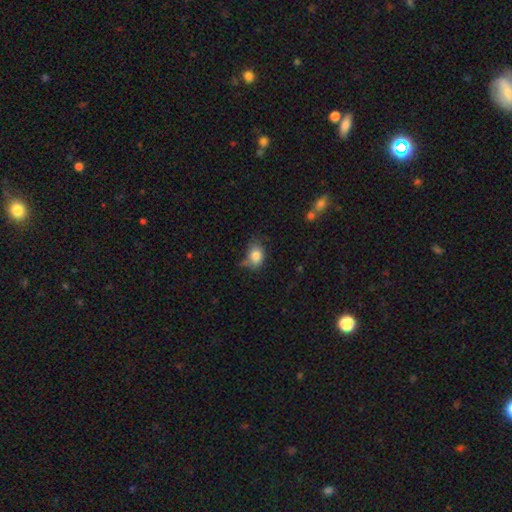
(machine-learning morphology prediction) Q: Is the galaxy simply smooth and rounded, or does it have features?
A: smooth — 83%.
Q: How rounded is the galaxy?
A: in between — 63%.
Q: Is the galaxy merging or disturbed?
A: none — 54%.